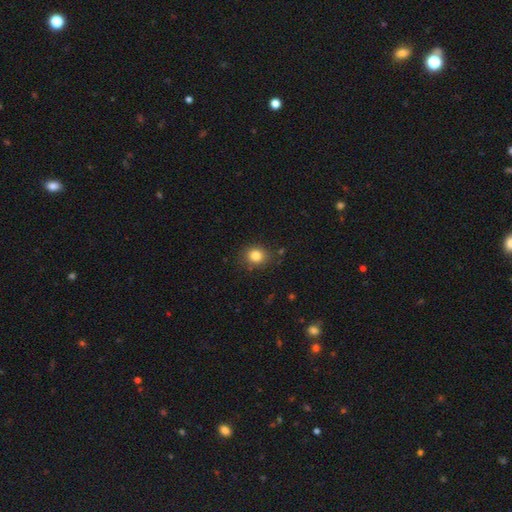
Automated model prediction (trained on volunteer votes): This is clearly a smooth galaxy (83%). How rounded: likely round (70%). Merging: clearly none (84%).